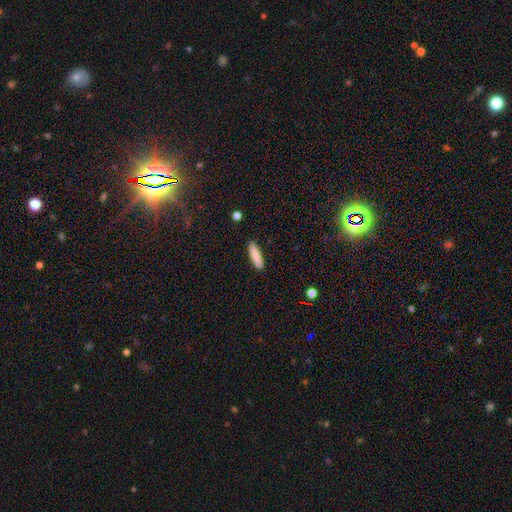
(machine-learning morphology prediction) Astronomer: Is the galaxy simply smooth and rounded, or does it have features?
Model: smooth — 87%.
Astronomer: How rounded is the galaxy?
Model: cigar-shaped — 66%.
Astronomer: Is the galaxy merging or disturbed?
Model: none — 90%.